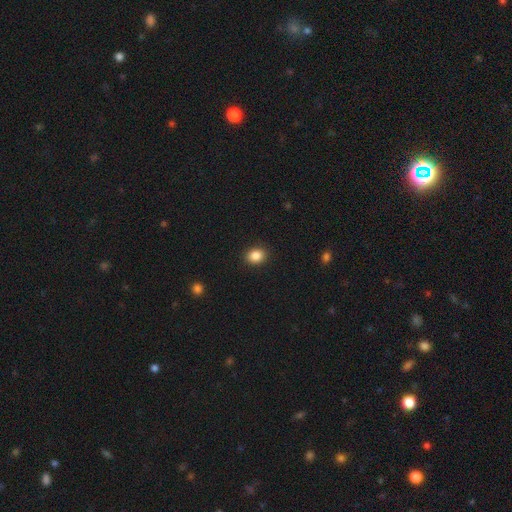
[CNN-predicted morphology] Q: Smooth or featured?
A: smooth (87%); runner-up: star or artifact (9%)
Q: How rounded?
A: round (53%); runner-up: in between (46%)
Q: Merging?
A: none (90%); runner-up: minor disturbance (7%)